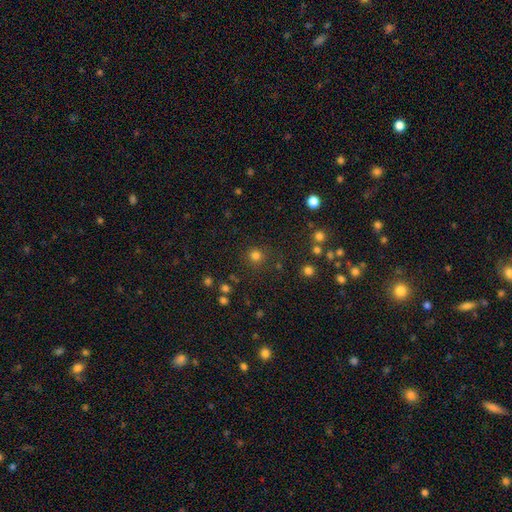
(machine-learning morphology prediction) smooth-or-featured: smooth: 78% | star or artifact: 18% | featured or disk: 5%
  how-rounded: round: 93% | in between: 6% | cigar-shaped: 1%
  merging: none: 86% | minor disturbance: 8% | major disturbance: 3% | merger: 3%